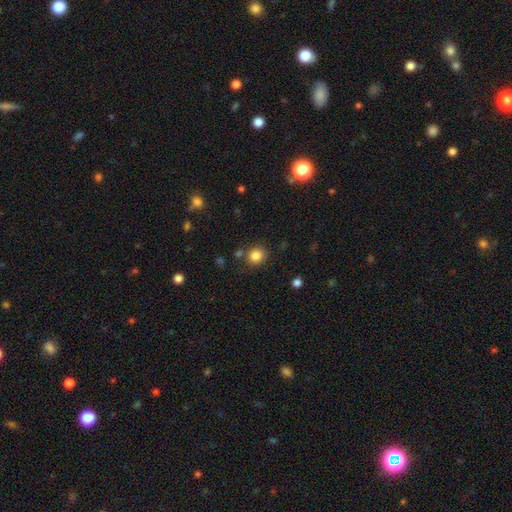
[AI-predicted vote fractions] This appears to be a smooth galaxy with no disk features (84%) that is round (82%). Merging: none (82%).